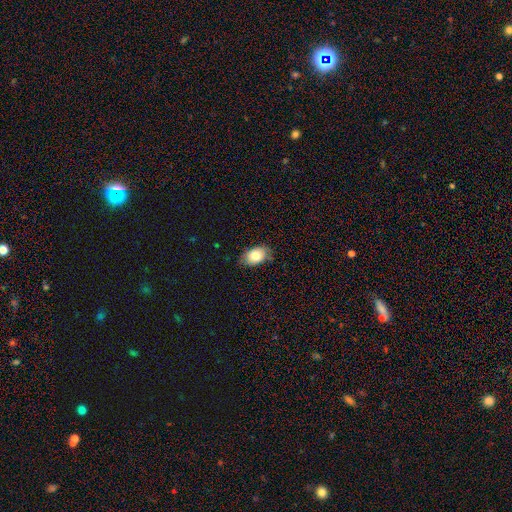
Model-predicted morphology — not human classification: This appears to be a smooth galaxy with no disk features (81%) that is in between round and cigar-shaped (87%). Merging: none (77%).